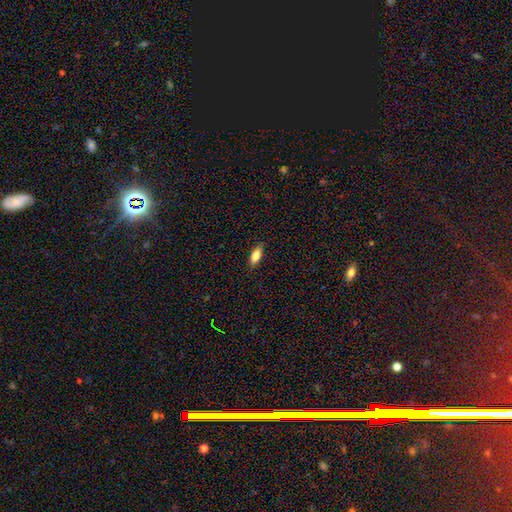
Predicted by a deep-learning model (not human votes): Smooth or featured: smooth — 79% (featured or disk — 14%)
How rounded: in between — 78% (cigar-shaped — 20%)
Merging: none — 87% (minor disturbance — 10%)